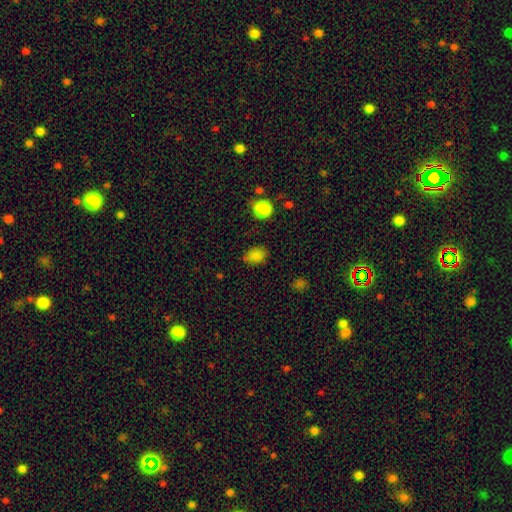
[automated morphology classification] This appears to be a smooth galaxy with no disk features (83%) that is in between round and cigar-shaped (72%). Merging: none (76%).